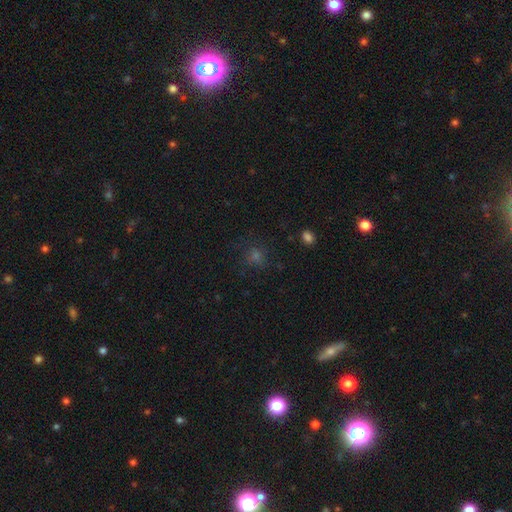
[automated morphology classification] smooth-or-featured: smooth: 53% | star or artifact: 36% | featured or disk: 11%
  how-rounded: round: 84% | in between: 15% | cigar-shaped: 1%
  merging: none: 78% | minor disturbance: 13% | major disturbance: 8% | merger: 2%